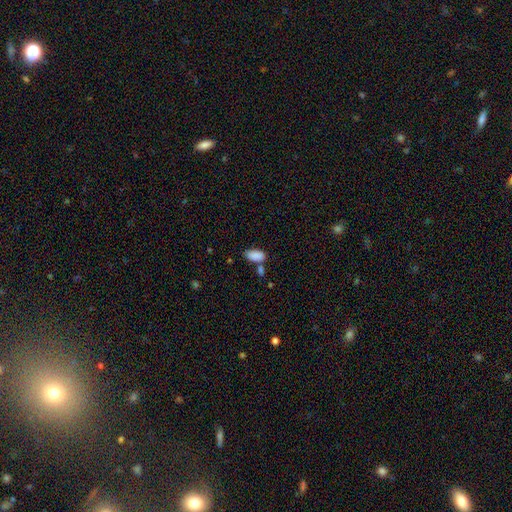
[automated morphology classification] smooth-or-featured: smooth: 87% | star or artifact: 8% | featured or disk: 5%
  how-rounded: in between: 93% | cigar-shaped: 4% | round: 3%
  merging: none: 57% | merger: 20% | minor disturbance: 18% | major disturbance: 5%